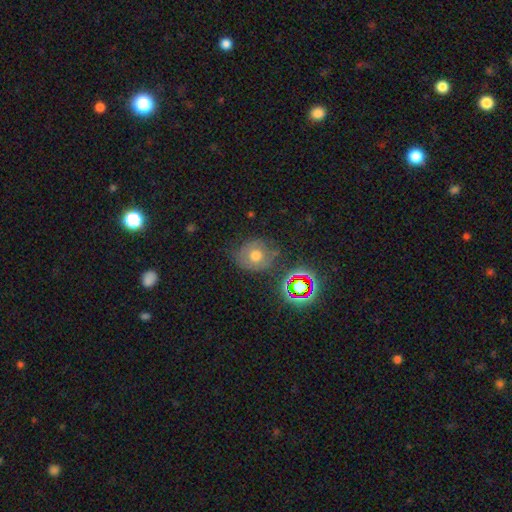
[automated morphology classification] Q: Smooth or featured?
A: smooth (53%); runner-up: featured or disk (27%)
Q: How rounded?
A: round (76%); runner-up: in between (23%)
Q: Merging?
A: none (65%); runner-up: minor disturbance (21%)